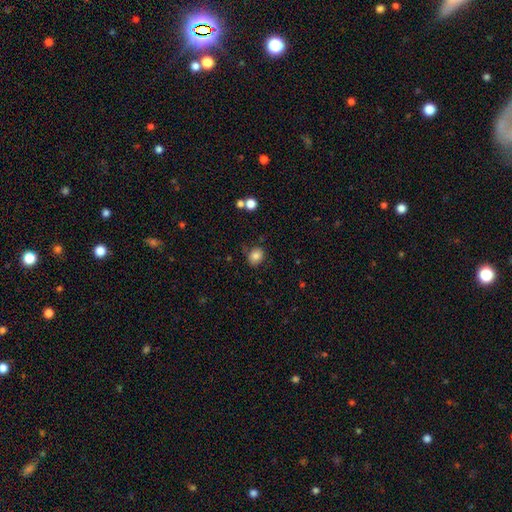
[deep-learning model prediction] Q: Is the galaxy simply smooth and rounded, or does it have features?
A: smooth — 83%.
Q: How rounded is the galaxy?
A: round — 62%.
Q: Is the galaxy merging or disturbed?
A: none — 77%.